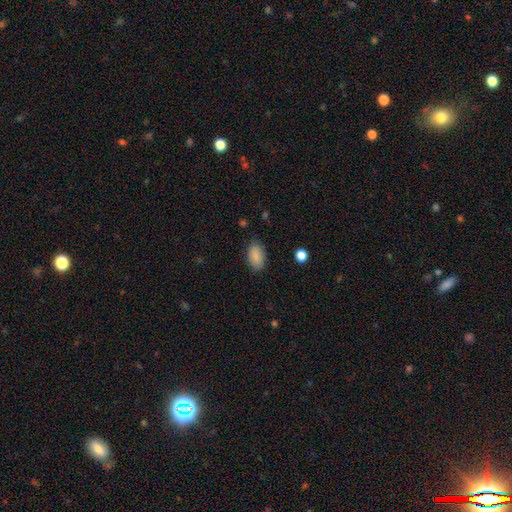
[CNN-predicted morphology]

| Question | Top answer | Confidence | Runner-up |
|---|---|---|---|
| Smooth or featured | smooth | 89% | star or artifact (7%) |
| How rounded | in between | 93% | round (4%) |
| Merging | none | 85% | minor disturbance (11%) |